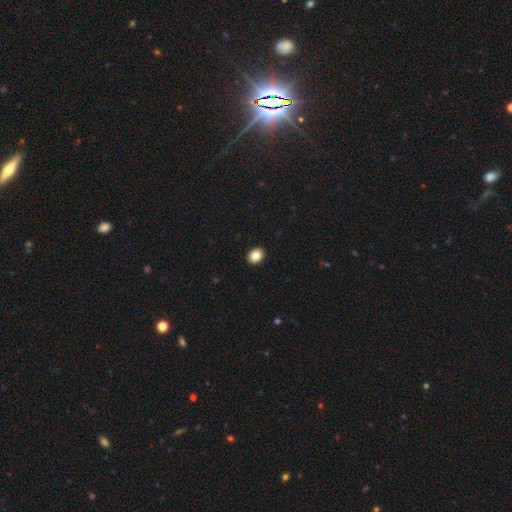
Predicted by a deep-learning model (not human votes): This appears to be a smooth galaxy with no disk features (87%) that is in between round and cigar-shaped (51%). Merging: none (92%).